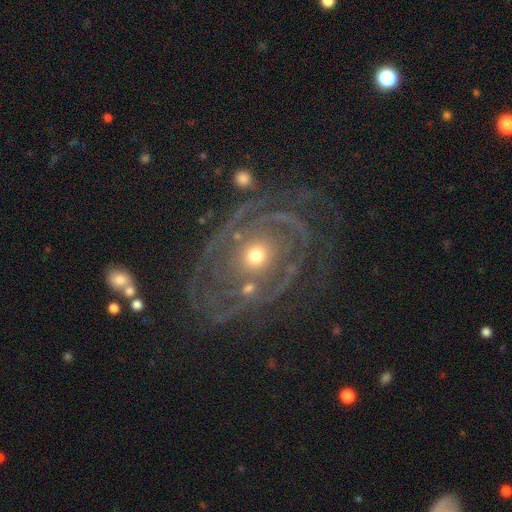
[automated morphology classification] Q: Smooth or featured?
A: featured or disk (85%); runner-up: smooth (8%)
Q: Edge-on disk?
A: no (97%); runner-up: yes (3%)
Q: Bar?
A: no (81%); runner-up: weak (13%)
Q: Spiral arms?
A: yes (89%); runner-up: no (11%)
Q: Spiral winding?
A: tight (63%); runner-up: medium (27%)
Q: Spiral arm count?
A: 2 (31%); runner-up: can't tell (23%)
Q: Bulge size?
A: small (55%); runner-up: moderate (38%)
Q: Merging?
A: none (62%); runner-up: minor disturbance (17%)